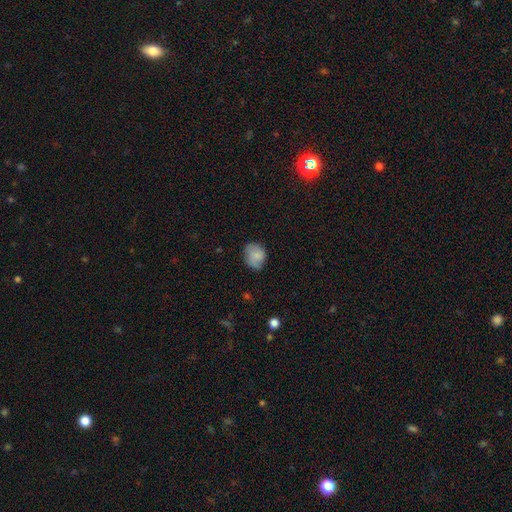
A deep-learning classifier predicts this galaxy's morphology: Smooth or featured?
  - smooth: 76% *
  - featured or disk: 16%
  - star or artifact: 8%
How rounded?
  - in between: 53% *
  - round: 46%
  - cigar-shaped: 1%
Merging?
  - none: 66% *
  - minor disturbance: 26%
  - major disturbance: 7%
  - merger: 2%